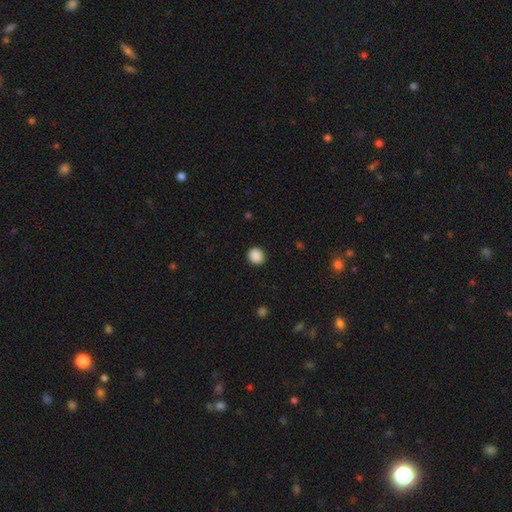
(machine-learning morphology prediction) Smooth or featured? smooth (89%)
How rounded? round (84%)
Merging? none (90%)